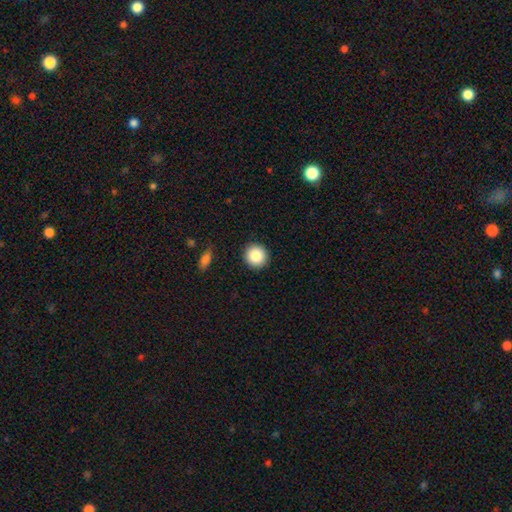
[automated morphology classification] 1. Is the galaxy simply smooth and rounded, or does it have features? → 86% smooth, 9% star or artifact, 6% featured or disk.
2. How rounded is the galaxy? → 93% round, 6% in between, 1% cigar-shaped.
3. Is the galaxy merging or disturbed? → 91% none, 6% minor disturbance, 2% major disturbance, 1% merger.